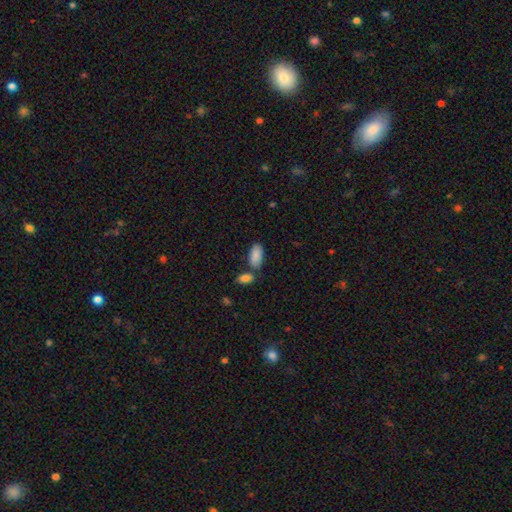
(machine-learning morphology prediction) type=smooth (88%); roundness=in between (92%); merging=none (60%).